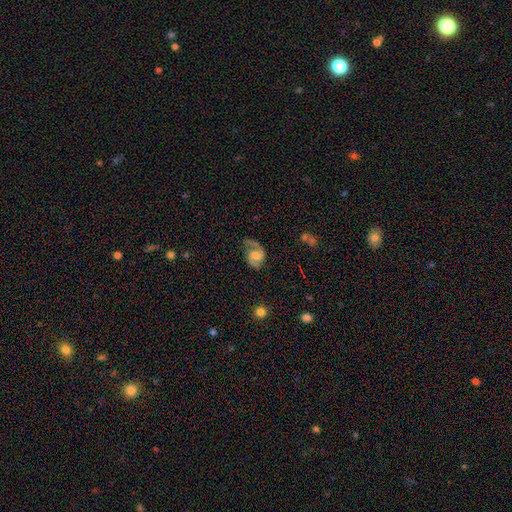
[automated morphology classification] Smooth or featured: featured or disk — 81% (smooth — 13%)
Edge-on disk: no — 98% (yes — 2%)
Bar: weak — 46% (no — 43%)
Spiral arms: yes — 95% (no — 5%)
Spiral winding: medium — 52% (loose — 30%)
Spiral arm count: 2 — 77% (1 — 17%)
Bulge size: moderate — 44% (small — 23%)
Merging: none — 60% (minor disturbance — 21%)